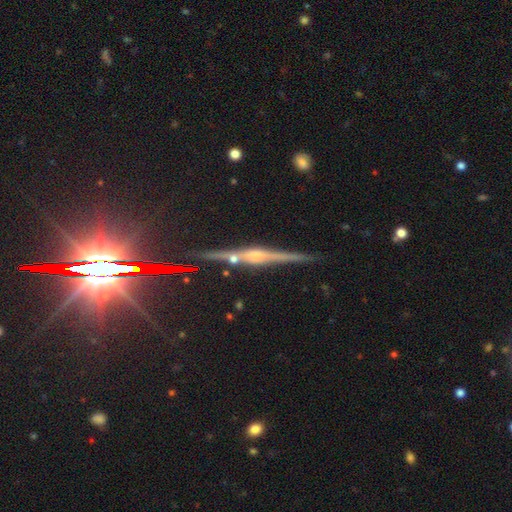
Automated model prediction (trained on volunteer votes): A featured or disk galaxy (74%) viewed edge-on (97%) with a rounded central bulge (69%). Merging: none (83%).